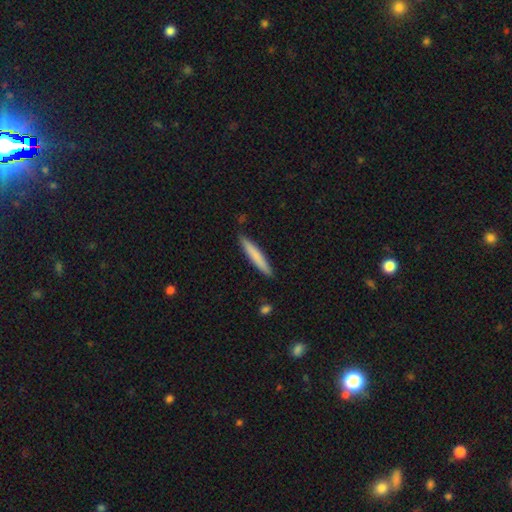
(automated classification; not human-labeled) Smooth or featured?
  - smooth: 76% *
  - featured or disk: 19%
  - star or artifact: 5%
How rounded?
  - cigar-shaped: 94% *
  - in between: 5%
  - round: 1%
Merging?
  - none: 89% *
  - minor disturbance: 8%
  - major disturbance: 1%
  - merger: 1%